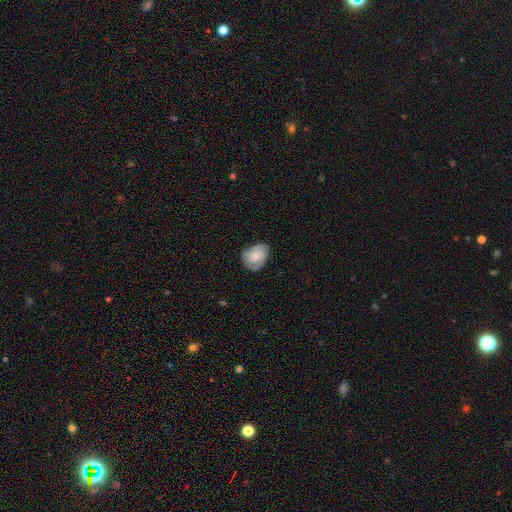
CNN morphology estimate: Smooth or featured? Predicted: featured or disk (p=0.48). Merging? Predicted: none (p=0.71).